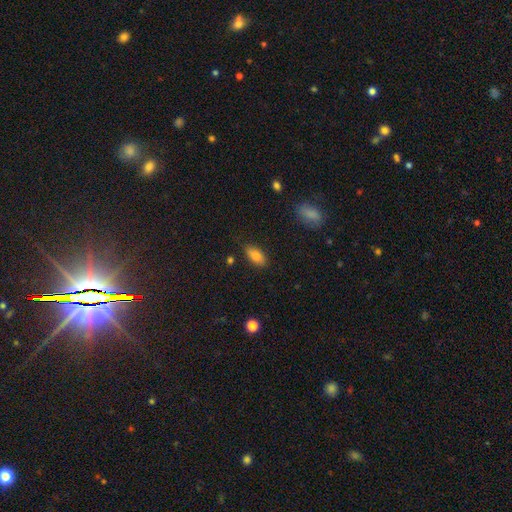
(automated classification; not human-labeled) Smooth or featured? smooth (82%)
How rounded? in between (89%)
Merging? none (79%)